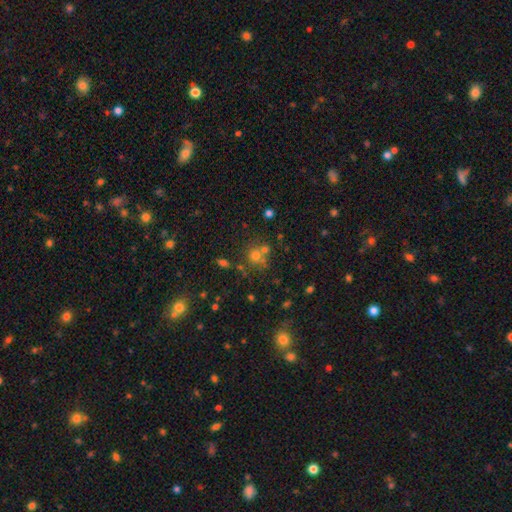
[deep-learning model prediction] Smooth or featured: smooth — 62% (star or artifact — 23%)
How rounded: round — 84% (in between — 15%)
Merging: none — 53% (merger — 32%)